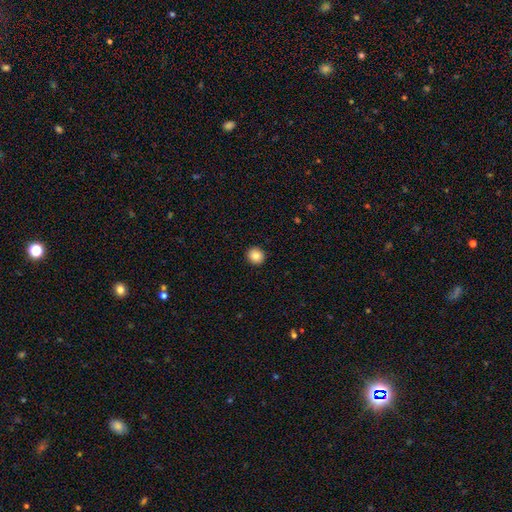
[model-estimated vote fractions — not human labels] Q: Smooth or featured?
A: smooth (84%); runner-up: star or artifact (9%)
Q: How rounded?
A: round (89%); runner-up: in between (10%)
Q: Merging?
A: none (93%); runner-up: minor disturbance (4%)